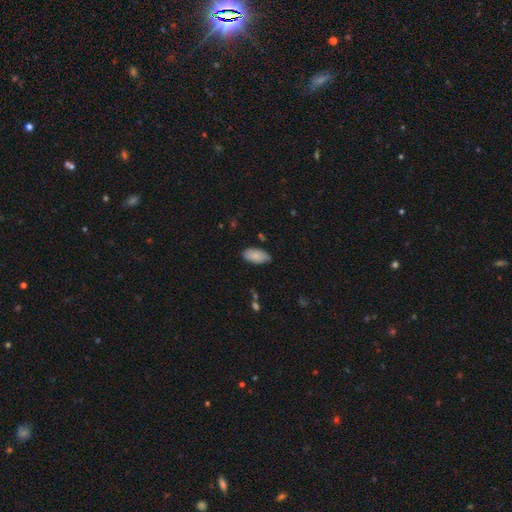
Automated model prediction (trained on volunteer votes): Smooth or featured? smooth (82%)
How rounded? in between (95%)
Merging? none (72%)